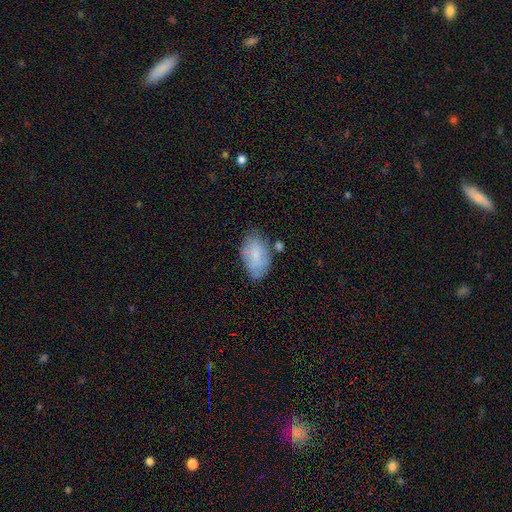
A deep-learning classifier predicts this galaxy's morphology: Q: Smooth or featured?
A: smooth (72%); runner-up: featured or disk (20%)
Q: How rounded?
A: in between (93%); runner-up: round (5%)
Q: Merging?
A: none (63%); runner-up: minor disturbance (25%)